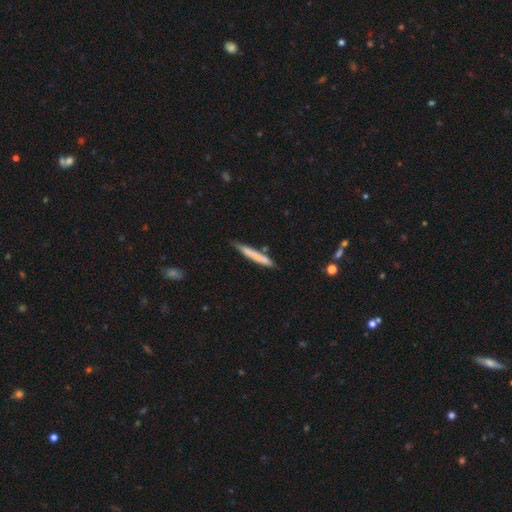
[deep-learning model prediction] Overall: smooth (68%). How rounded: cigar-shaped (95%). Merging: none (74%).